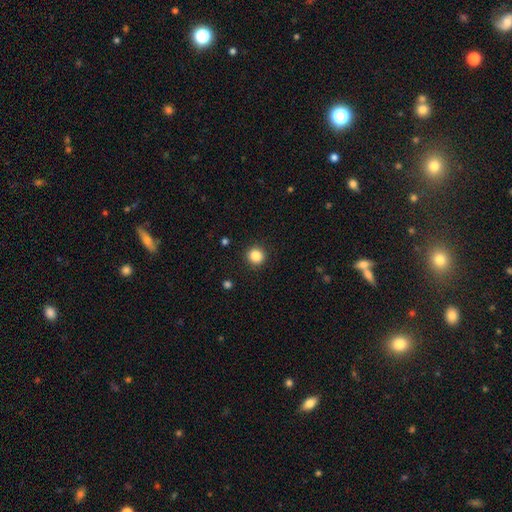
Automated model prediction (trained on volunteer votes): smooth-or-featured: smooth: 86% | star or artifact: 10% | featured or disk: 4%
  how-rounded: round: 92% | in between: 7% | cigar-shaped: 1%
  merging: none: 91% | minor disturbance: 6% | major disturbance: 2% | merger: 1%